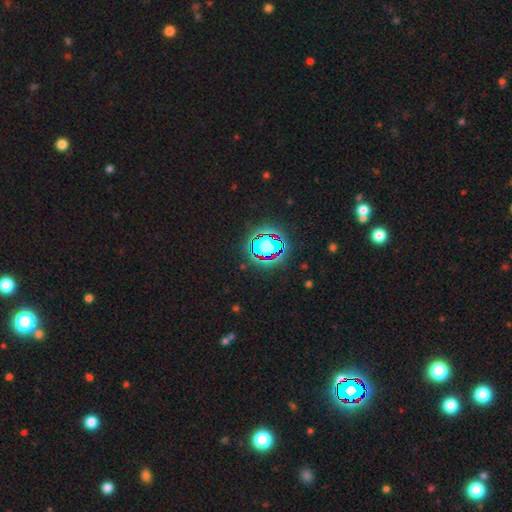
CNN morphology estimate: Smooth or featured? star or artifact (82%)